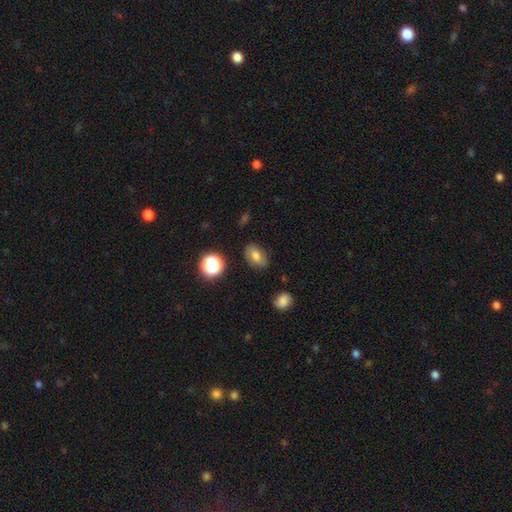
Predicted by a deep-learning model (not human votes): Smooth or featured?
  - smooth: 72% *
  - featured or disk: 16%
  - star or artifact: 12%
How rounded?
  - in between: 82% *
  - round: 16%
  - cigar-shaped: 1%
Merging?
  - none: 80% *
  - minor disturbance: 15%
  - major disturbance: 4%
  - merger: 2%